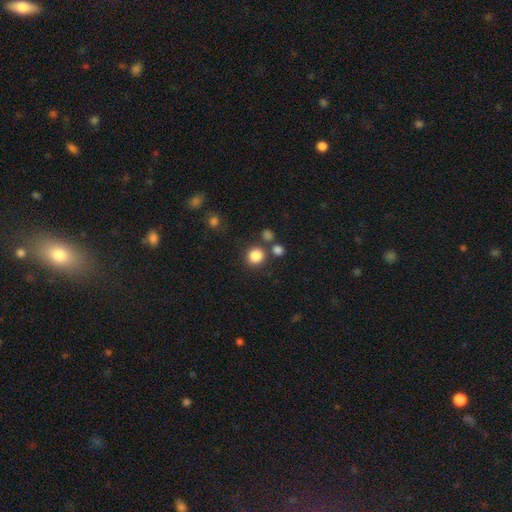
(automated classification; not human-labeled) A smooth galaxy with no disk features (84%) that is round (86%). Merging: none (76%).